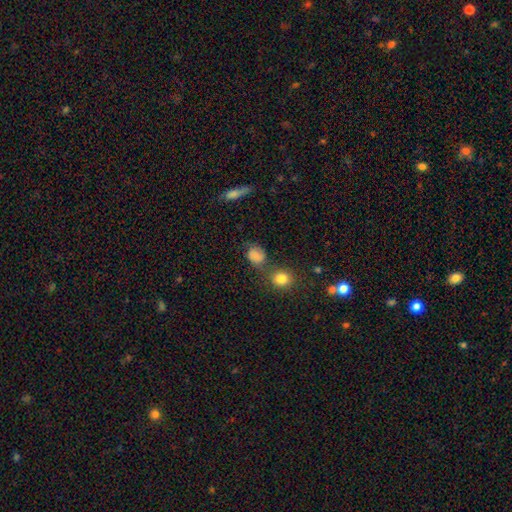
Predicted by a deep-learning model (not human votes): Smooth or featured? smooth (77%)
How rounded? round (55%)
Merging? none (53%)